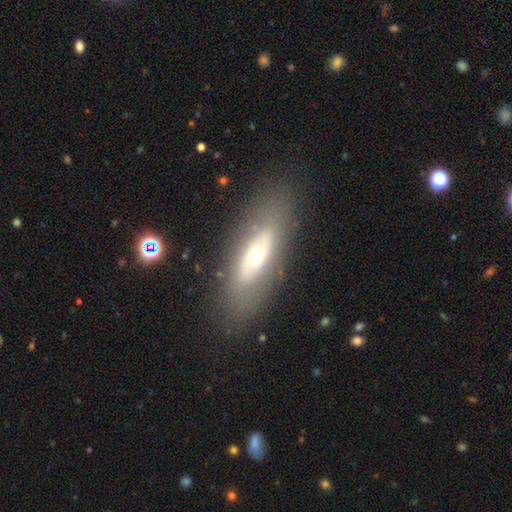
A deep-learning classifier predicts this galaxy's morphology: type=featured or disk (49%); merging=none (81%).